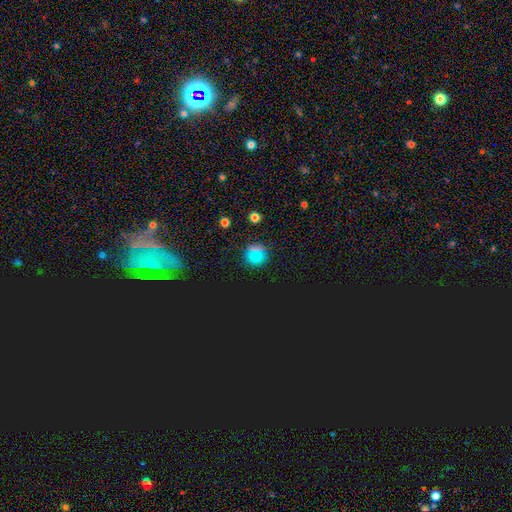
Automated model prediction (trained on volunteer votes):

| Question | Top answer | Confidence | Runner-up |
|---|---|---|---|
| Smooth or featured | smooth | 55% | star or artifact (39%) |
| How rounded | round | 91% | in between (8%) |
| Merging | none | 84% | minor disturbance (8%) |